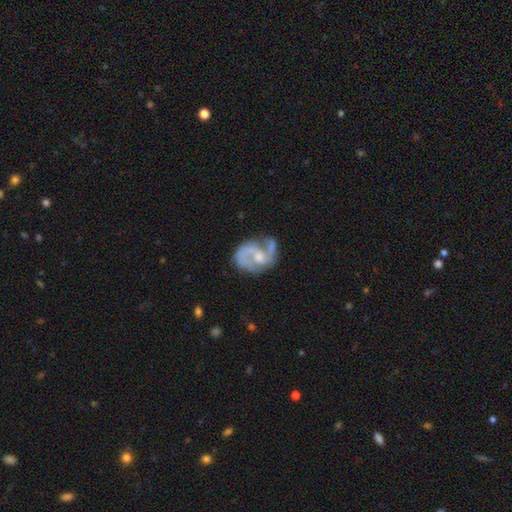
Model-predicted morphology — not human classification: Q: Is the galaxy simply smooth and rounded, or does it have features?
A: featured or disk — 84%.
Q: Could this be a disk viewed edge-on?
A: no — 98%.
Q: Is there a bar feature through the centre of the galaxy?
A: no — 51%.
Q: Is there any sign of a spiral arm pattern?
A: yes — 93%.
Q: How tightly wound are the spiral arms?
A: medium — 52%.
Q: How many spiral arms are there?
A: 2 — 82%.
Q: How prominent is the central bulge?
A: moderate — 45%.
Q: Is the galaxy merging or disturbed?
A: none — 54%.